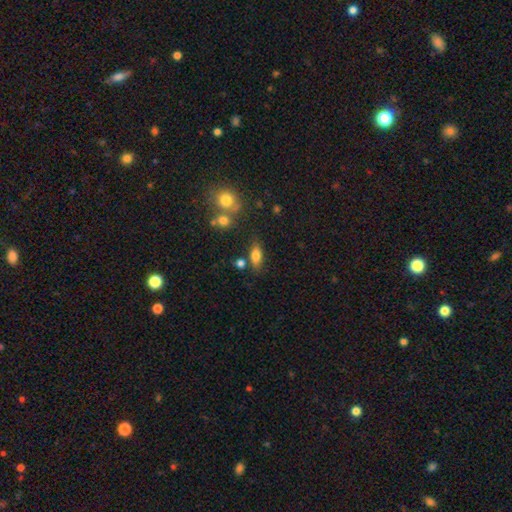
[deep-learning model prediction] Smooth or featured? Predicted: smooth (p=0.76). How rounded? Predicted: in between (p=0.79). Merging? Predicted: none (p=0.73).